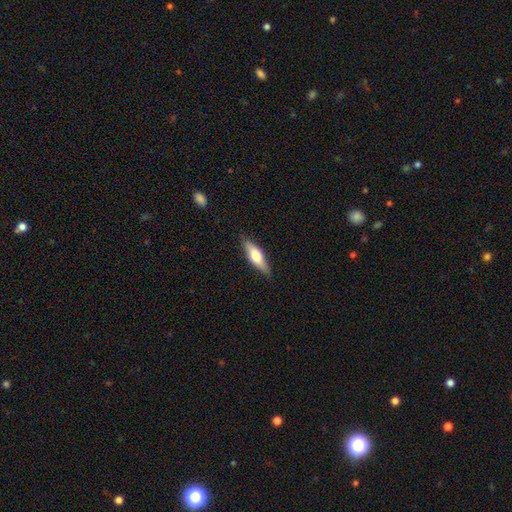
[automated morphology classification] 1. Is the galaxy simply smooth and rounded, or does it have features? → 57% smooth, 37% featured or disk, 6% star or artifact.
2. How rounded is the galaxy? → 53% cigar-shaped, 45% in between, 2% round.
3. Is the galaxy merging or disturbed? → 85% none, 12% minor disturbance, 2% major disturbance, 1% merger.